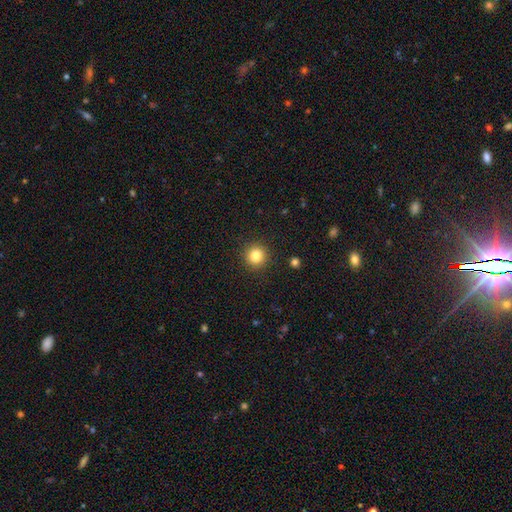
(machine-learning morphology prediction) Smooth or featured: smooth — 83% (star or artifact — 11%)
How rounded: round — 94% (in between — 5%)
Merging: none — 92% (minor disturbance — 5%)